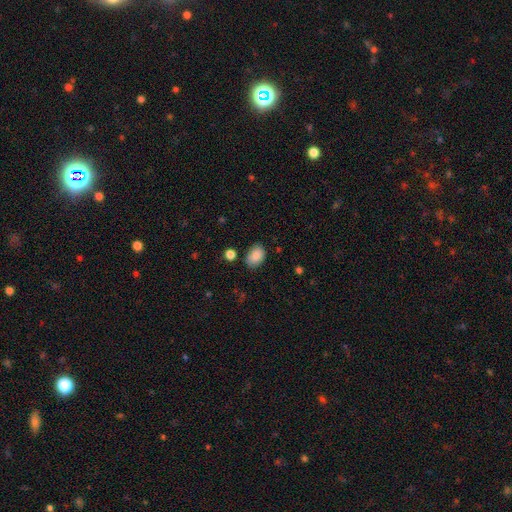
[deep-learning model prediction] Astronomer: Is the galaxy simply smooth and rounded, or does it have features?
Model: smooth — 88%.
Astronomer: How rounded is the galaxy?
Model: in between — 82%.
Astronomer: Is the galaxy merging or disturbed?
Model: none — 76%.